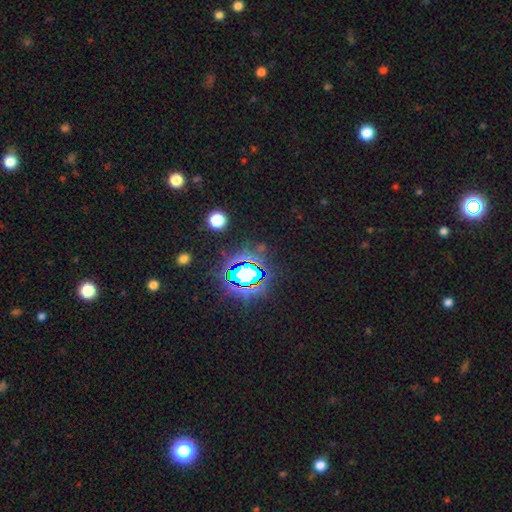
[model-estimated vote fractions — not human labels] This appears to be a star or artifact, not a galaxy (79%).